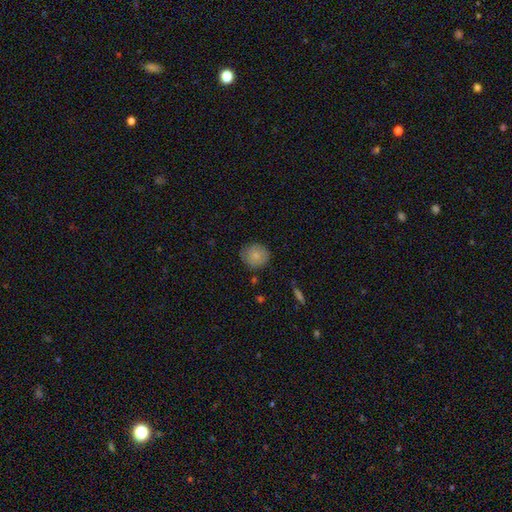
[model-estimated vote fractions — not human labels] Smooth or featured?
  - smooth: 80% *
  - featured or disk: 11%
  - star or artifact: 8%
How rounded?
  - round: 87% *
  - in between: 12%
  - cigar-shaped: 1%
Merging?
  - none: 80% *
  - minor disturbance: 16%
  - major disturbance: 3%
  - merger: 2%